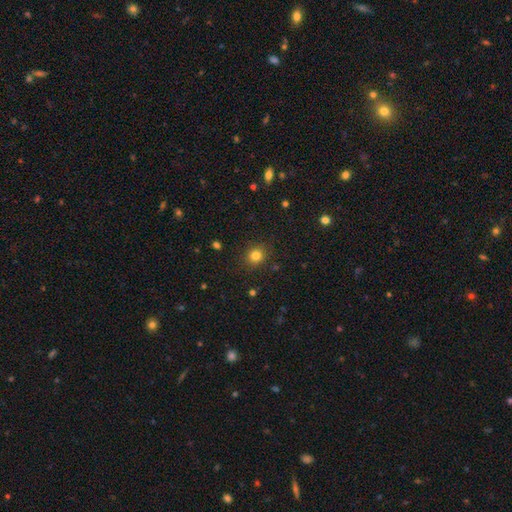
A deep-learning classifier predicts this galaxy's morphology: Overall: smooth (81%). How rounded: round (81%). Merging: none (89%).